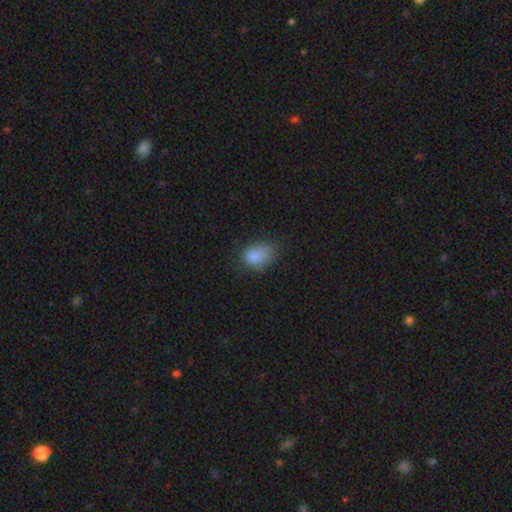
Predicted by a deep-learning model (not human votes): This appears to be a smooth galaxy with no disk features (82%) that is in between round and cigar-shaped (77%). Merging: none (55%).